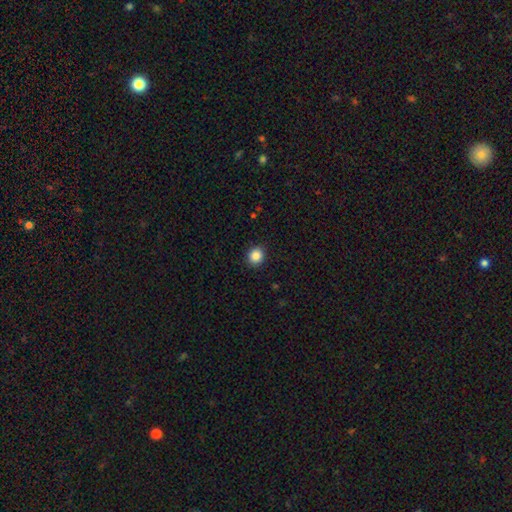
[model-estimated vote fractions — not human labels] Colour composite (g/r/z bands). It shows a smooth galaxy with no disk features (86%) that is round (82%). Merging: none (91%).